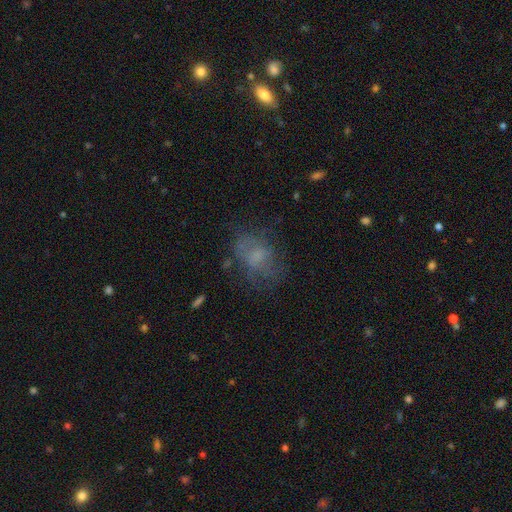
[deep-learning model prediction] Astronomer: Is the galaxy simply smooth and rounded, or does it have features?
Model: smooth — 52% (runner-up: featured or disk, 33%).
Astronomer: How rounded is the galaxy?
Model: in between — 71%.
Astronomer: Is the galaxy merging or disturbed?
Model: none — 54%.